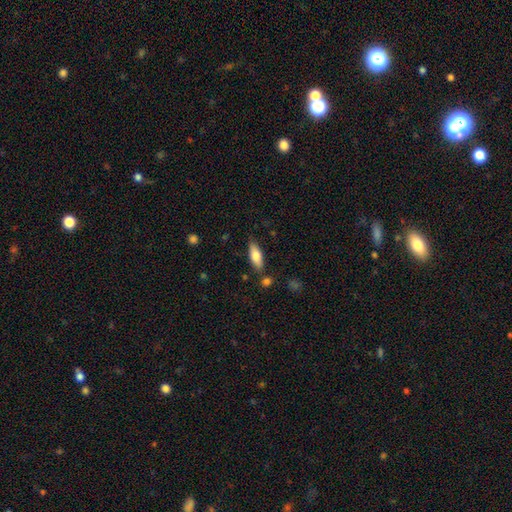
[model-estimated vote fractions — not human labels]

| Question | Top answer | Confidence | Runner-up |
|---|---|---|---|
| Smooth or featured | smooth | 73% | featured or disk (21%) |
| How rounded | in between | 66% | cigar-shaped (32%) |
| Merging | none | 80% | minor disturbance (13%) |